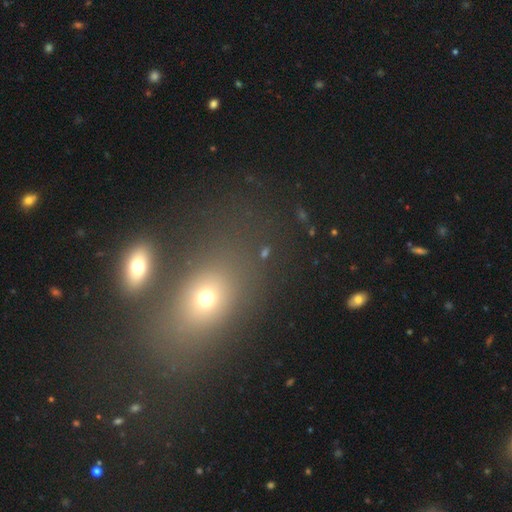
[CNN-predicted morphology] Smooth or featured?
  - smooth: 55% *
  - star or artifact: 29%
  - featured or disk: 16%
How rounded?
  - in between: 65% *
  - round: 30%
  - cigar-shaped: 5%
Merging?
  - none: 64% *
  - merger: 19%
  - minor disturbance: 10%
  - major disturbance: 7%